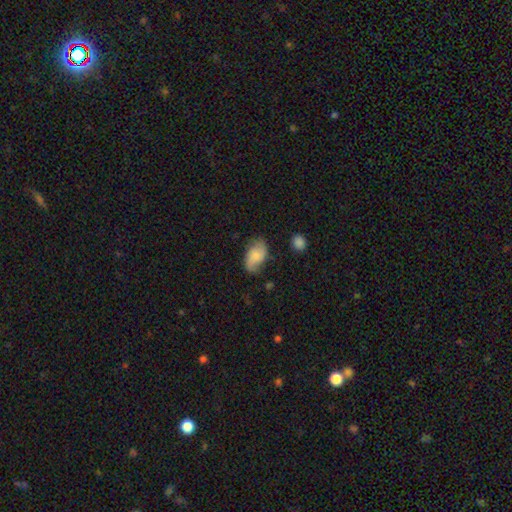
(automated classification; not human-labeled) A smooth galaxy with no disk features (53%) that is in between round and cigar-shaped (91%). Merging: none (68%).